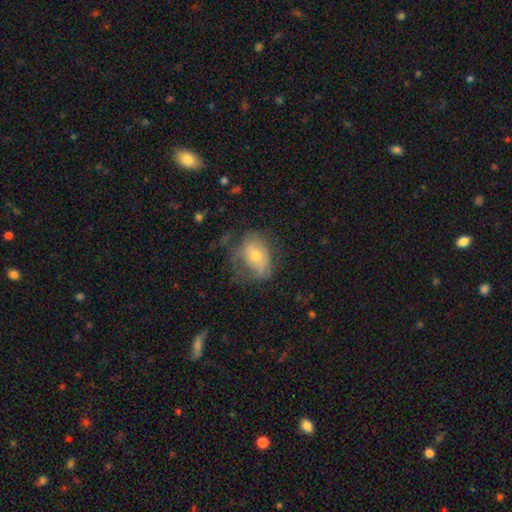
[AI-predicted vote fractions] The model was most divided on "merging": none: 50%, minor disturbance: 27%, major disturbance: 20%, merger: 2%. More confident: how rounded — in between (70%); smooth or featured — smooth (57%).